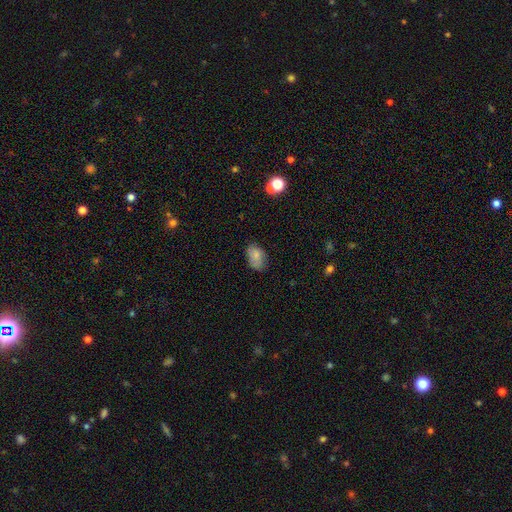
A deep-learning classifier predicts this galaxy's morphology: Smooth or featured?
  - smooth: 79% *
  - featured or disk: 12%
  - star or artifact: 9%
How rounded?
  - in between: 88% *
  - round: 11%
  - cigar-shaped: 1%
Merging?
  - none: 67% *
  - minor disturbance: 25%
  - major disturbance: 7%
  - merger: 2%